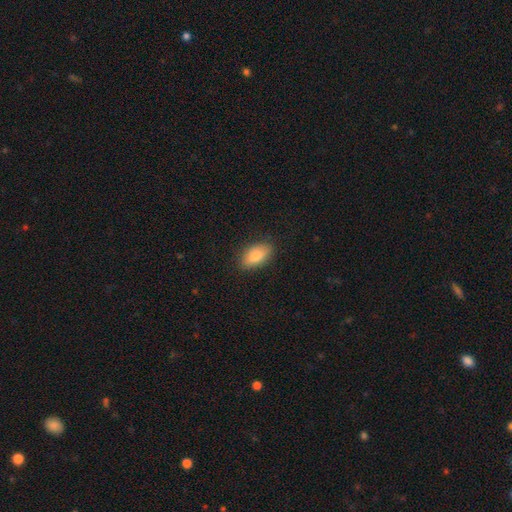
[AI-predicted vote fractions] This is clearly a smooth galaxy (81%). How rounded: clearly in between (90%). Merging: clearly none (87%).